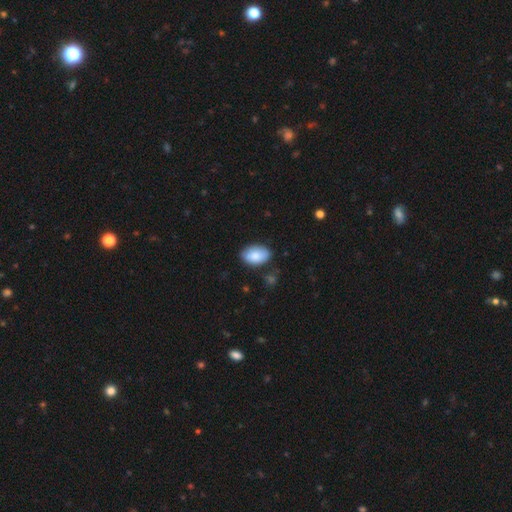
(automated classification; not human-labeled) Smooth or featured?
  - smooth: 87% *
  - featured or disk: 7%
  - star or artifact: 6%
How rounded?
  - in between: 92% *
  - round: 7%
  - cigar-shaped: 1%
Merging?
  - none: 80% *
  - minor disturbance: 15%
  - major disturbance: 3%
  - merger: 2%